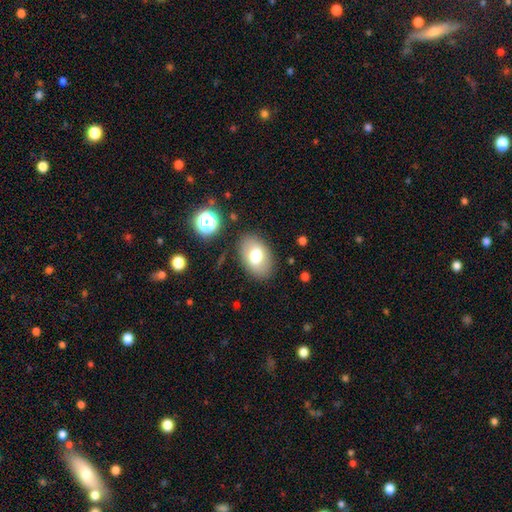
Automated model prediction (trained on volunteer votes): Smooth or featured? smooth (73%)
How rounded? in between (87%)
Merging? none (83%)